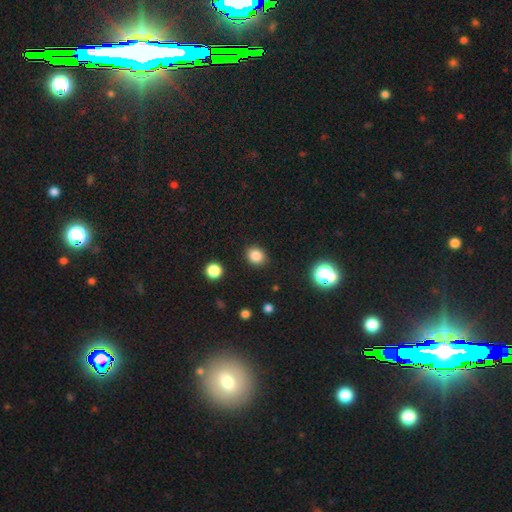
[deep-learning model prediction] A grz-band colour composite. It shows a smooth galaxy with no disk features (83%) that is round (72%). Merging: none (88%).